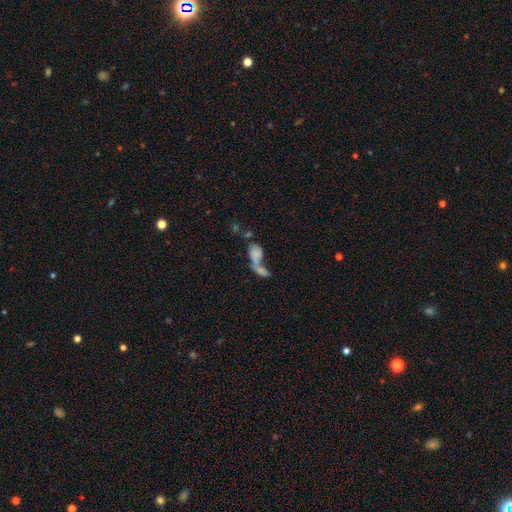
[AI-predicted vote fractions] Morphology: type=smooth (64%); roundness=in between (79%); merging=merger (71%).